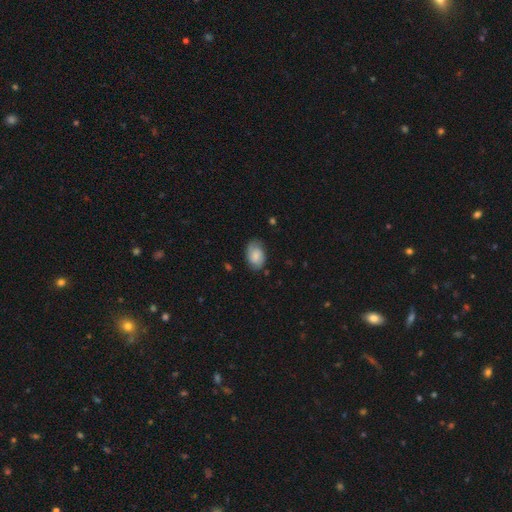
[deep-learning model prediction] Smooth or featured? Predicted: smooth (p=0.69). How rounded? Predicted: in between (p=0.85). Merging? Predicted: none (p=0.73).